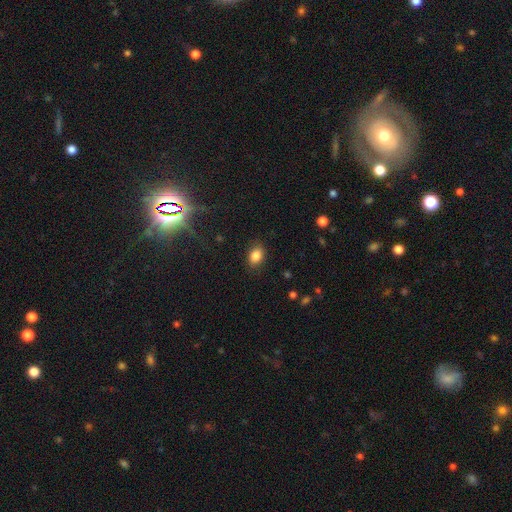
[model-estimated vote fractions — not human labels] Smooth or featured?
  - smooth: 84% *
  - star or artifact: 10%
  - featured or disk: 5%
How rounded?
  - in between: 75% *
  - round: 24%
  - cigar-shaped: 1%
Merging?
  - none: 85% *
  - minor disturbance: 11%
  - major disturbance: 3%
  - merger: 1%